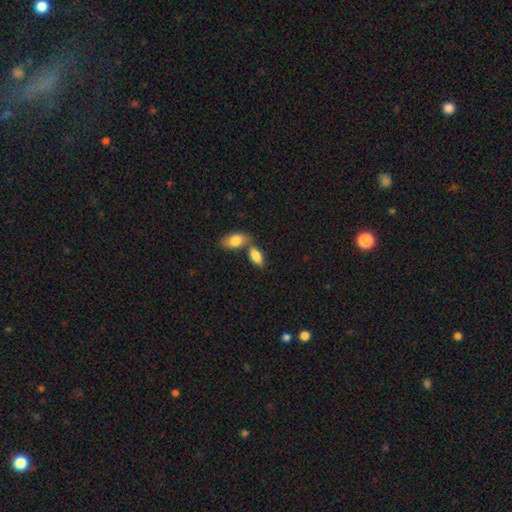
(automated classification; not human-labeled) Overall: smooth (84%). How rounded: in between (90%). Merging: none (45%; merger 41%).